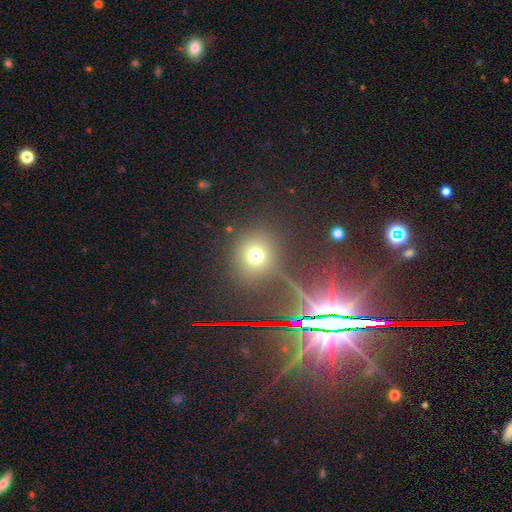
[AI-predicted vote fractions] A smooth galaxy with no disk features (64%) that is round (85%).

Vote fractions:
- Smooth or featured? smooth: 64% / star or artifact: 27% / featured or disk: 9%
- How rounded? round: 85% / in between: 14% / cigar-shaped: 2%
- Merging? none: 82% / minor disturbance: 9% / major disturbance: 5% / merger: 4%